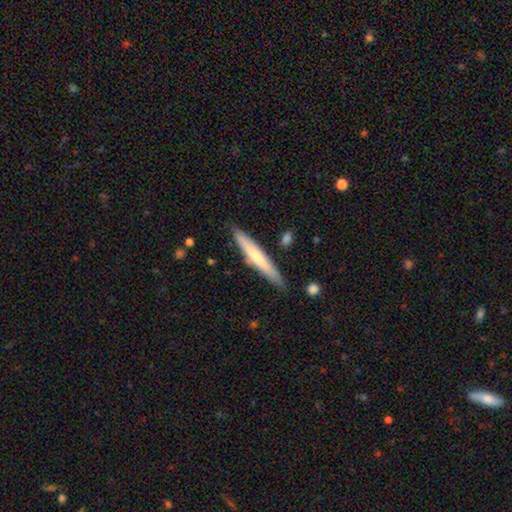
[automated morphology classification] Smooth or featured: smooth — 54% (featured or disk — 40%)
How rounded: cigar-shaped — 94% (in between — 5%)
Merging: none — 86% (minor disturbance — 10%)